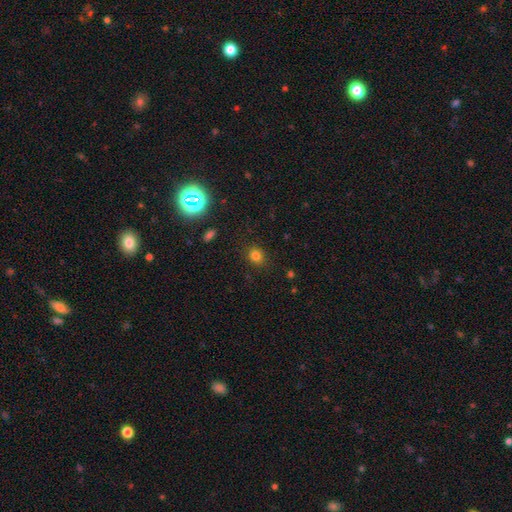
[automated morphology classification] A smooth galaxy with no disk features (79%) that is round (70%).

Vote fractions:
- Smooth or featured? smooth: 79% / star or artifact: 16% / featured or disk: 6%
- How rounded? round: 70% / in between: 29% / cigar-shaped: 1%
- Merging? none: 87% / minor disturbance: 9% / major disturbance: 3% / merger: 1%